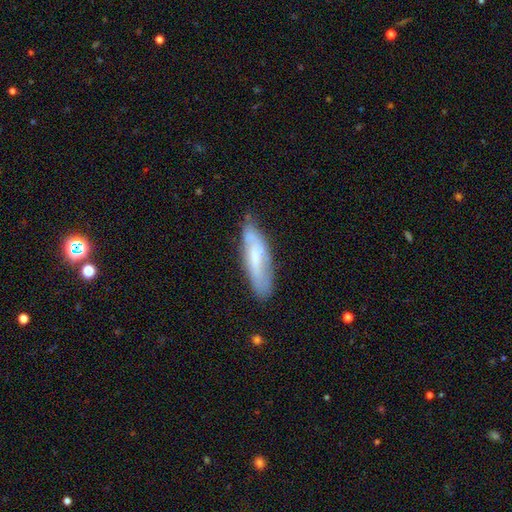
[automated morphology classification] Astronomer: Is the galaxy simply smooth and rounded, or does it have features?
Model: smooth — 50% (runner-up: featured or disk, 43%).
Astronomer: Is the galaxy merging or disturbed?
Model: none — 64%.